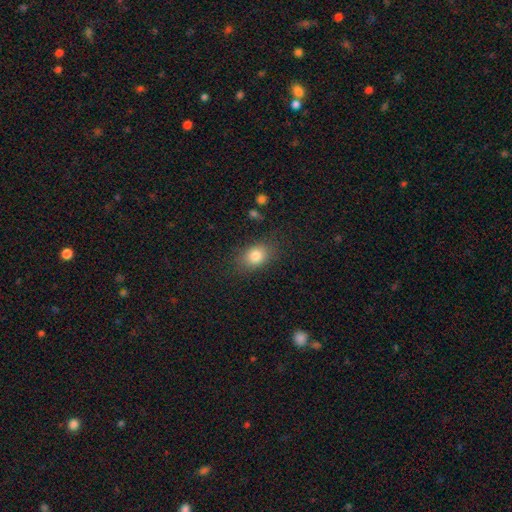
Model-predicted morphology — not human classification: A smooth galaxy with no disk features (82%) that is in between round and cigar-shaped (70%). Merging: none (79%).